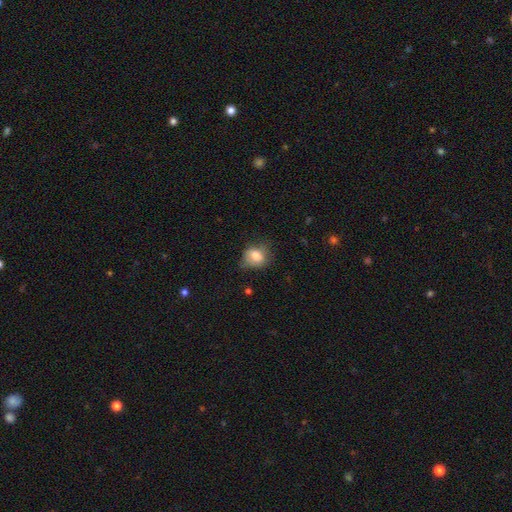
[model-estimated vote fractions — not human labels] smooth_or_featured: smooth (p=0.78) [alt: featured or disk p=0.13]
how_rounded: round (p=0.55) [alt: in between p=0.44]
merging: none (p=0.51) [alt: minor disturbance p=0.34]